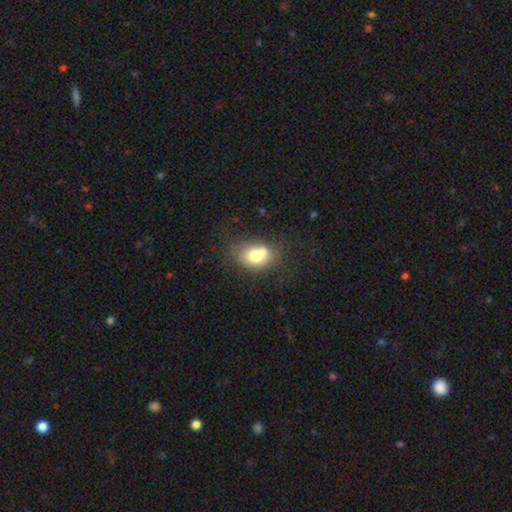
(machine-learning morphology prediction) type=smooth (70%); roundness=in between (66%); merging=none (48%).